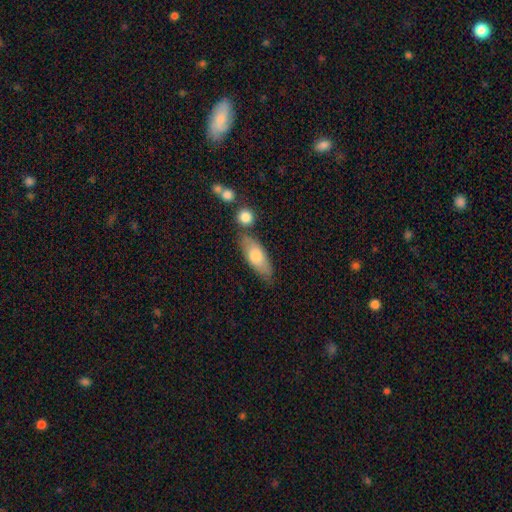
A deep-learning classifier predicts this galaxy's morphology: A smooth galaxy with no disk features (74%) that is in between round and cigar-shaped (70%). Merging: none (66%).